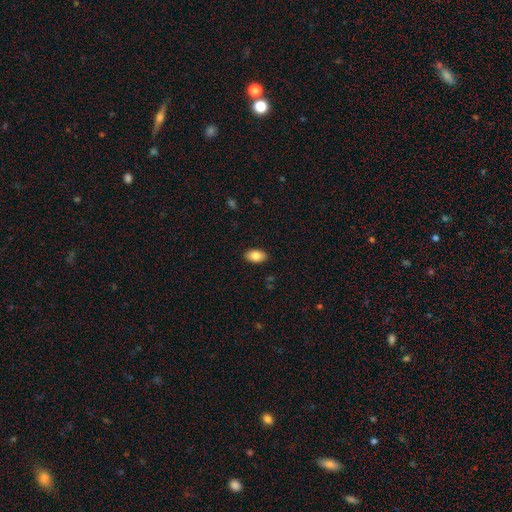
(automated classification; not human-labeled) smooth 85%, featured or disk 8%, star or artifact 7%. Down the decision tree: how rounded — in between (93%); merging — none (89%).